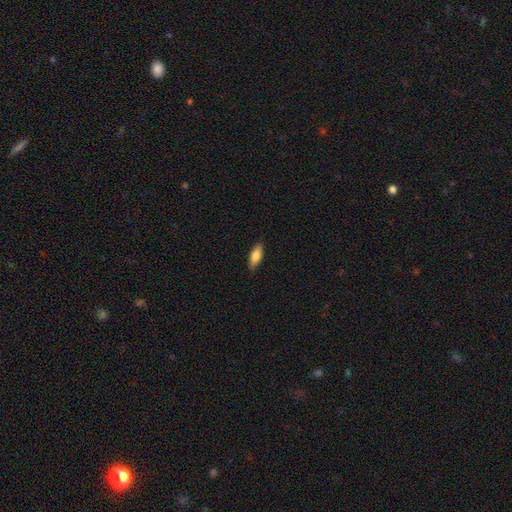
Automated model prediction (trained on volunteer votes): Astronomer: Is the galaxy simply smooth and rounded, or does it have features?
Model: smooth — 80%.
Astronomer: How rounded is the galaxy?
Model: in between — 71%.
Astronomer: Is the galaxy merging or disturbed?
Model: none — 87%.